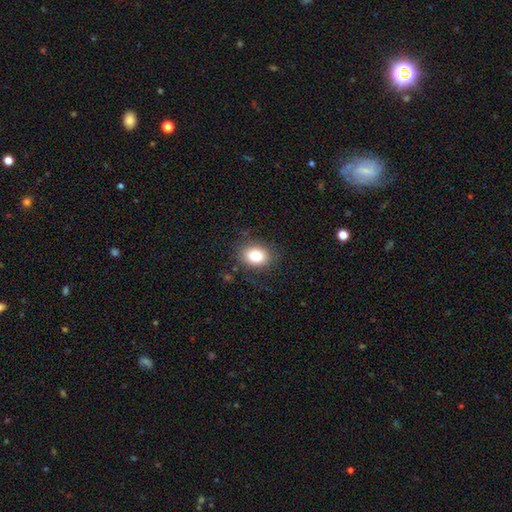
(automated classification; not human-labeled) The model was most divided on "how rounded": in between: 56%, round: 43%, cigar-shaped: 1%. More confident: merging — none (83%); smooth or featured — smooth (81%).